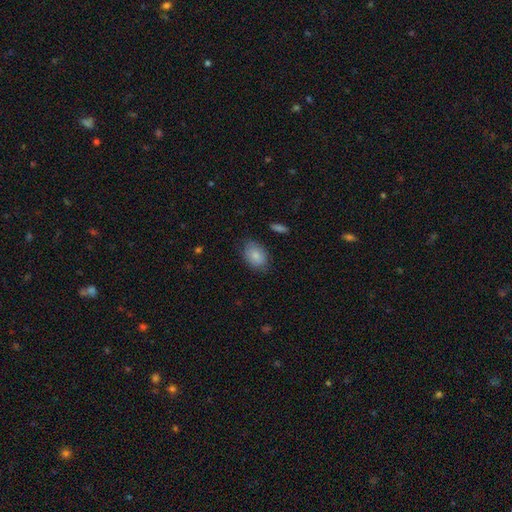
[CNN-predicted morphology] smooth_or_featured: smooth (p=0.84) [alt: featured or disk p=0.09]
how_rounded: in between (p=0.82) [alt: round p=0.17]
merging: none (p=0.76) [alt: minor disturbance p=0.18]